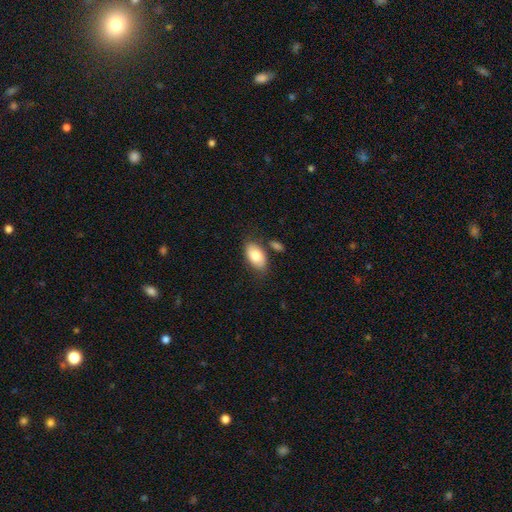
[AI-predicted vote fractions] Overall: smooth (79%). How rounded: in between (93%). Merging: none (73%).